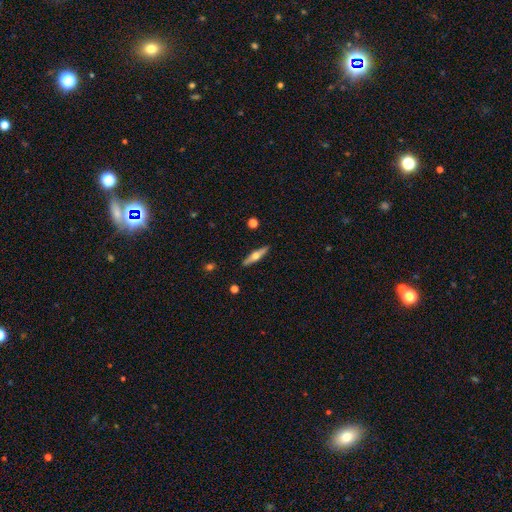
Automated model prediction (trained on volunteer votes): featured or disk 59%, smooth 36%, star or artifact 6%. Down the decision tree: edge-on disk — yes (95%); edge-on bulge — rounded (94%); merging — none (91%).